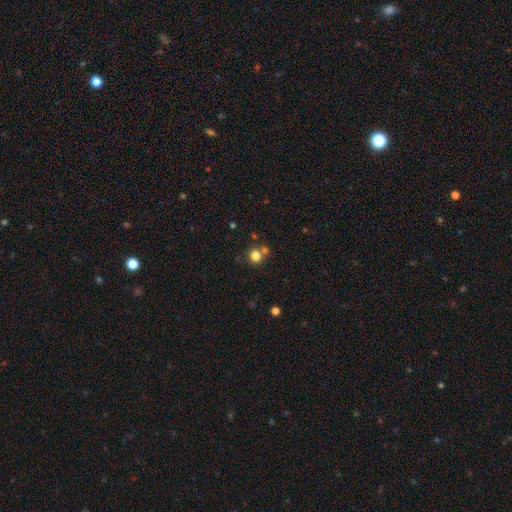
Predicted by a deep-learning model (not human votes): Smooth or featured? smooth (80%)
How rounded? round (87%)
Merging? none (66%)